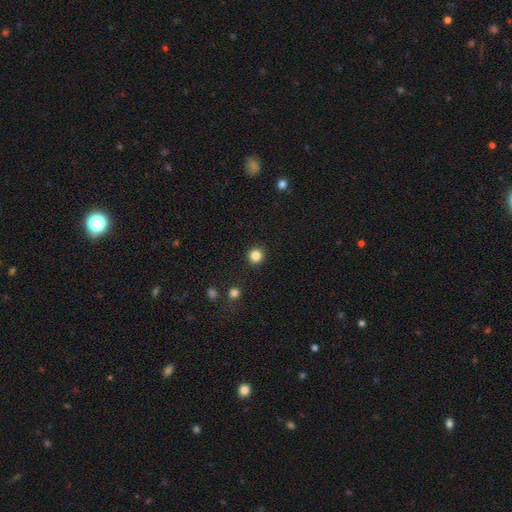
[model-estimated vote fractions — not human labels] Smooth or featured? smooth (85%)
How rounded? round (95%)
Merging? none (93%)